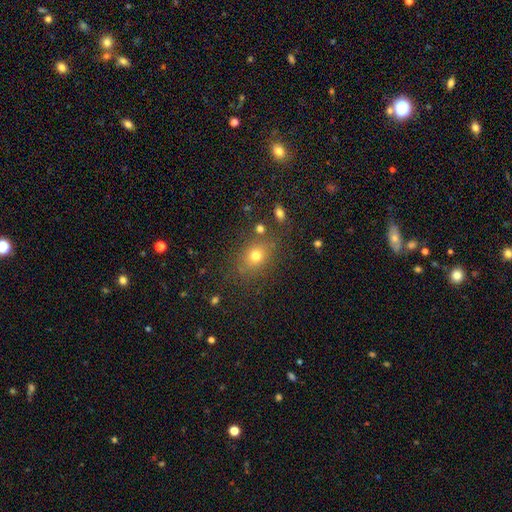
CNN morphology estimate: A smooth galaxy with no disk features (72%) that is round (55%).

Vote fractions:
- Smooth or featured? smooth: 72% / star or artifact: 17% / featured or disk: 11%
- How rounded? round: 55% / in between: 44% / cigar-shaped: 1%
- Merging? none: 78% / minor disturbance: 12% / major disturbance: 5% / merger: 5%